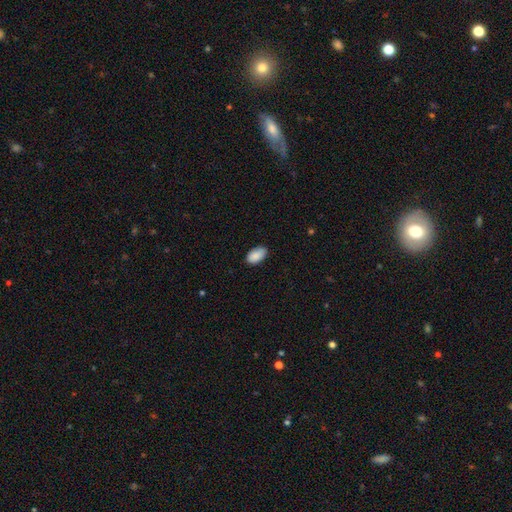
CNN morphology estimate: A smooth galaxy with no disk features (90%) that is in between round and cigar-shaped (94%).

Vote fractions:
- Smooth or featured? smooth: 90% / star or artifact: 6% / featured or disk: 4%
- How rounded? in between: 94% / round: 4% / cigar-shaped: 1%
- Merging? none: 84% / minor disturbance: 13% / major disturbance: 2% / merger: 1%